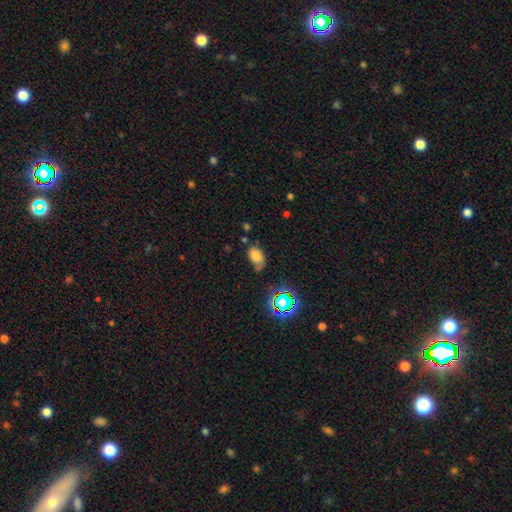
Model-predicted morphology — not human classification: A smooth galaxy with no disk features (71%) that is in between round and cigar-shaped (84%).

Vote fractions:
- Smooth or featured? smooth: 71% / star or artifact: 17% / featured or disk: 12%
- How rounded? in between: 84% / round: 14% / cigar-shaped: 1%
- Merging? none: 49% / minor disturbance: 30% / major disturbance: 12% / merger: 9%